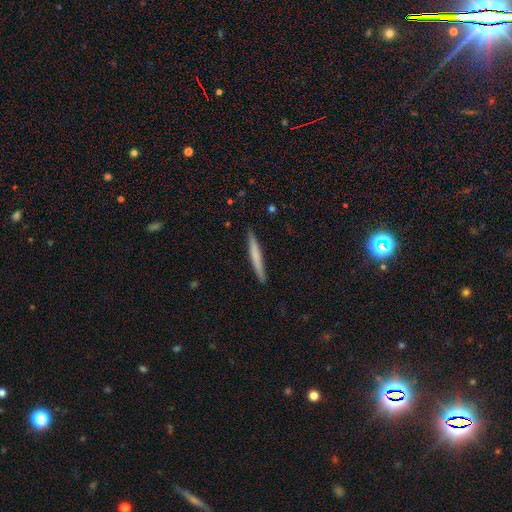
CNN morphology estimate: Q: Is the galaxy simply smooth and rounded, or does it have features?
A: smooth — 62%.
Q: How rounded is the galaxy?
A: cigar-shaped — 97%.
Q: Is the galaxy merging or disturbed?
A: none — 91%.